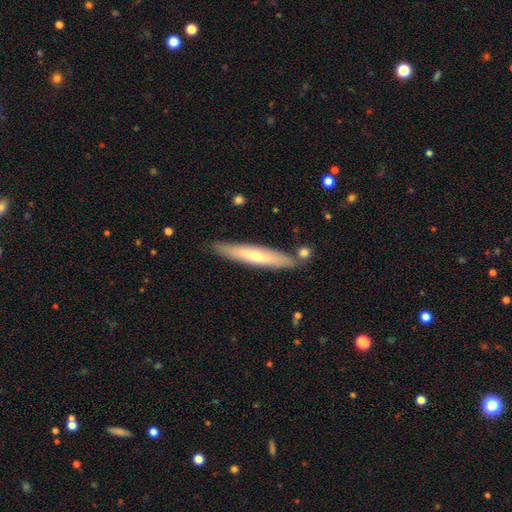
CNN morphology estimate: smooth-or-featured: smooth: 49% | featured or disk: 45% | star or artifact: 6%
  merging: none: 84% | minor disturbance: 10% | merger: 4% | major disturbance: 2%